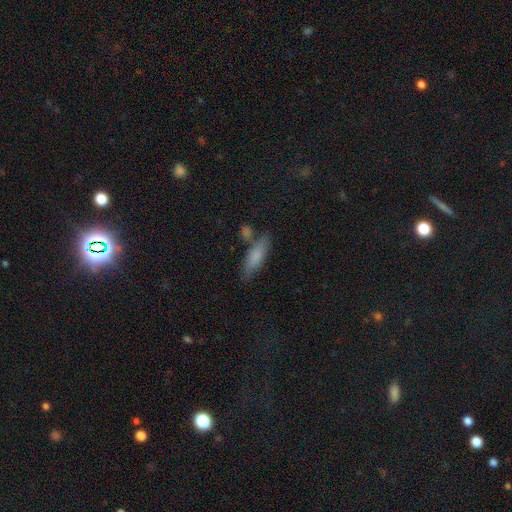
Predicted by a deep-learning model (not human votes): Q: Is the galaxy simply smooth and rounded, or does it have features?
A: smooth — 75%.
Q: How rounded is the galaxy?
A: cigar-shaped — 53%.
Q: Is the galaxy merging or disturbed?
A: none — 67%.